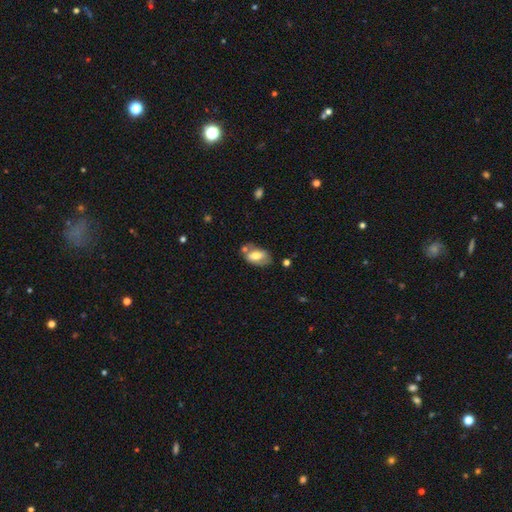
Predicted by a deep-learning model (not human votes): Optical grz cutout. It shows a smooth galaxy with no disk features (58%) that is in between round and cigar-shaped (90%). Merging: none (50%).